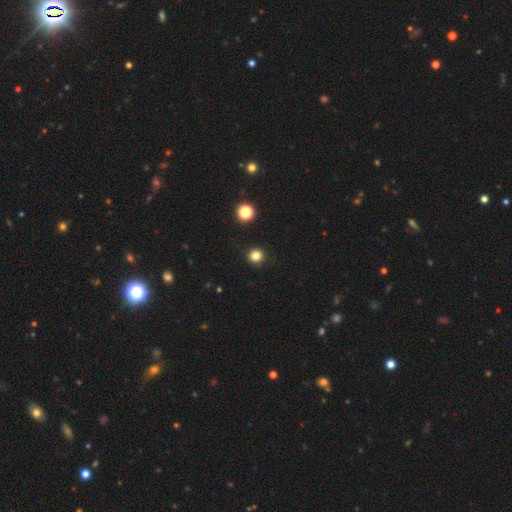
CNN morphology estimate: This is clearly a smooth galaxy (82%). How rounded: clearly round (92%). Merging: clearly none (92%).